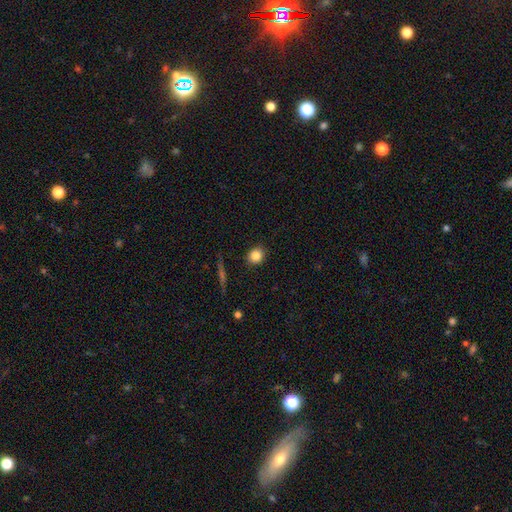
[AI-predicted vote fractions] Smooth or featured: smooth — 84% (star or artifact — 10%)
How rounded: round — 77% (in between — 21%)
Merging: none — 89% (minor disturbance — 8%)